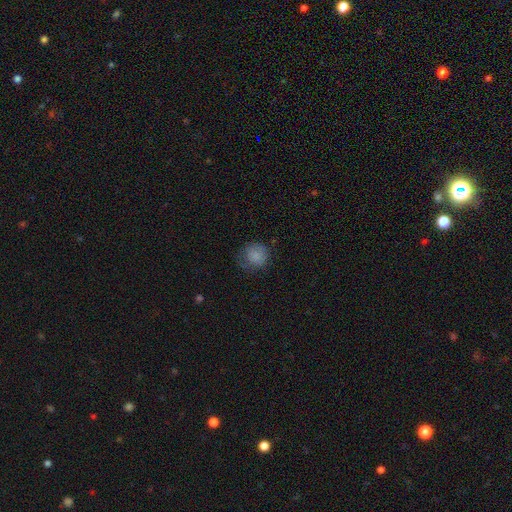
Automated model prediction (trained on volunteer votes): This is clearly a smooth galaxy (82%). How rounded: clearly round (86%). Merging: likely none (63%).